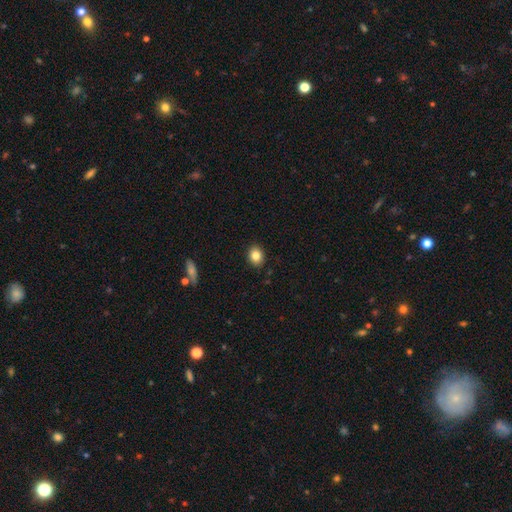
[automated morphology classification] This is clearly a smooth galaxy (84%). How rounded: possibly round (51%). Merging: clearly none (89%).